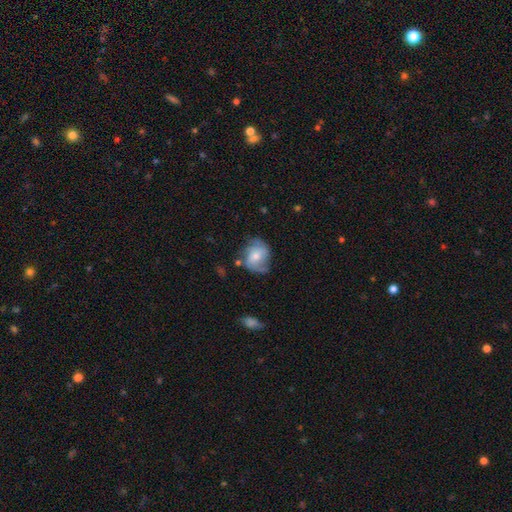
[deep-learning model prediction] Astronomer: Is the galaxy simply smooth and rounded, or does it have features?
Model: featured or disk — 60%.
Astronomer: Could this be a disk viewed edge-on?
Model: no — 97%.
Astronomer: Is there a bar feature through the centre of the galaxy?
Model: no — 55% (runner-up: weak, 36%).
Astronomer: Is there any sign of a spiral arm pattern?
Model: yes — 86%.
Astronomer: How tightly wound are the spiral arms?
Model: medium — 45% (runner-up: tight, 28%).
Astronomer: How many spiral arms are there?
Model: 2 — 67%.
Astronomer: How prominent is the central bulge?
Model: moderate — 53% (runner-up: small, 35%).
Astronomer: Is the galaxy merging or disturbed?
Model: none — 58%.